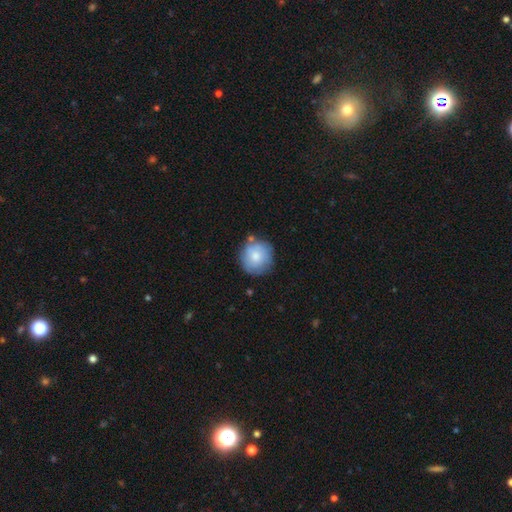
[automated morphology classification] A smooth galaxy with no disk features (72%) that is round (92%).

Vote fractions:
- Smooth or featured? smooth: 72% / featured or disk: 21% / star or artifact: 7%
- How rounded? round: 92% / in between: 7% / cigar-shaped: 1%
- Merging? none: 74% / minor disturbance: 16% / merger: 6% / major disturbance: 4%